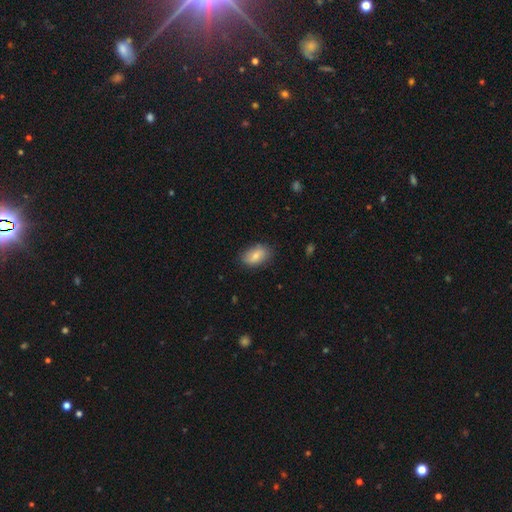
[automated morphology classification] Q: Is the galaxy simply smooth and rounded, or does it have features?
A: smooth — 76%.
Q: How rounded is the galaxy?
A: in between — 90%.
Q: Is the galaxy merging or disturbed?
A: none — 81%.